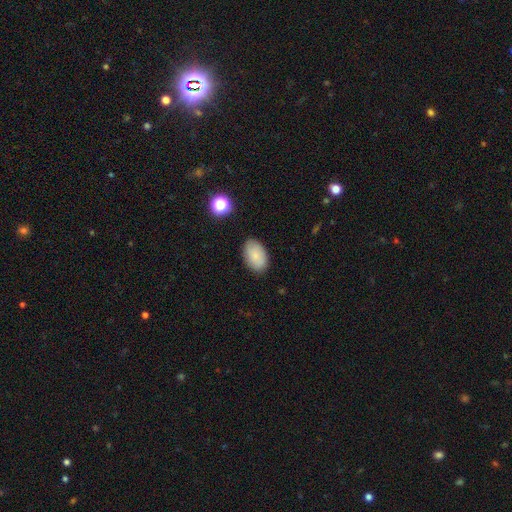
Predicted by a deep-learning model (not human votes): smooth 85%, star or artifact 8%, featured or disk 8%. Down the decision tree: how rounded — in between (91%); merging — none (86%).